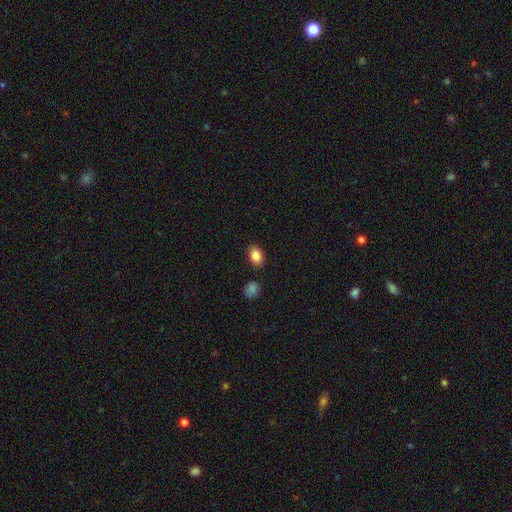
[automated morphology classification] Smooth or featured: smooth — 86% (star or artifact — 8%)
How rounded: in between — 83% (round — 16%)
Merging: none — 86% (minor disturbance — 9%)